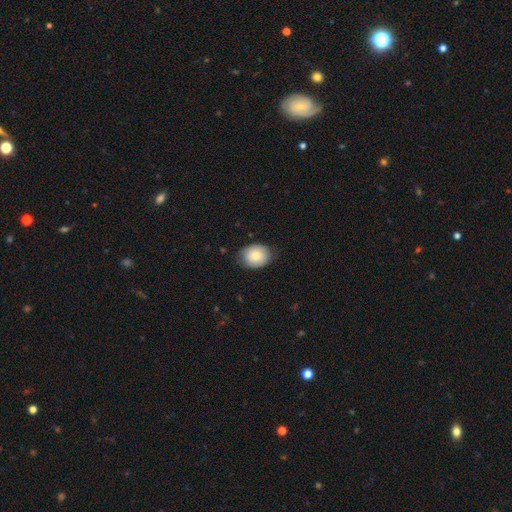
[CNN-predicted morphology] This is clearly a smooth galaxy (81%). How rounded: possibly in between (50%). Merging: likely none (79%).